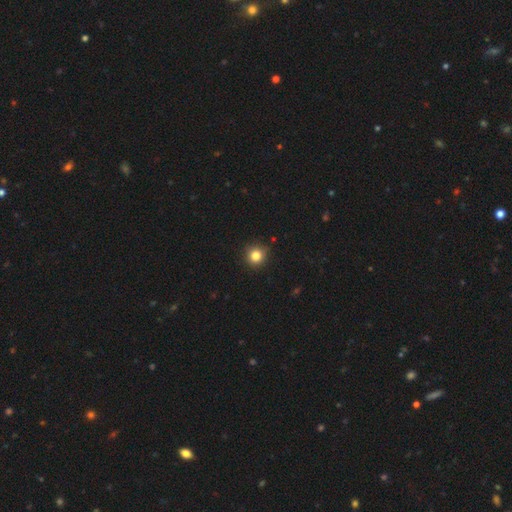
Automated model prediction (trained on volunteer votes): smooth 83%, star or artifact 12%, featured or disk 5%. Down the decision tree: how rounded — round (93%); merging — none (88%).